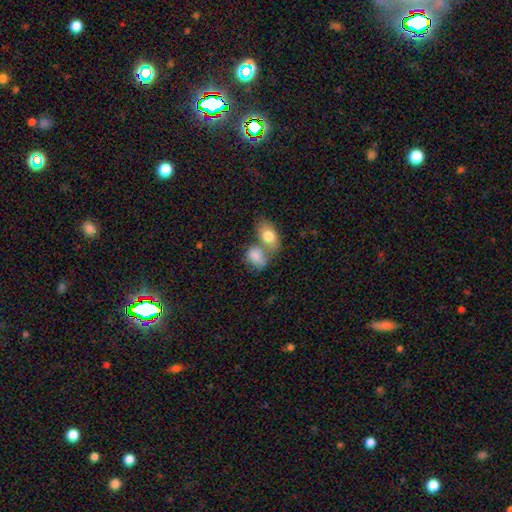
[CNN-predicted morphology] smooth_or_featured: smooth (p=0.80) [alt: featured or disk p=0.13]
how_rounded: in between (p=0.77) [alt: round p=0.21]
merging: merger (p=0.59) [alt: none p=0.25]